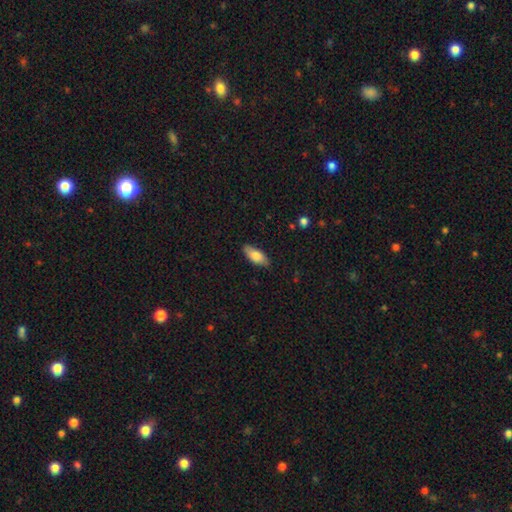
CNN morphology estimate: smooth_or_featured: smooth (p=0.81) [alt: featured or disk p=0.13]
how_rounded: in between (p=0.80) [alt: cigar-shaped p=0.17]
merging: none (p=0.85) [alt: minor disturbance p=0.12]